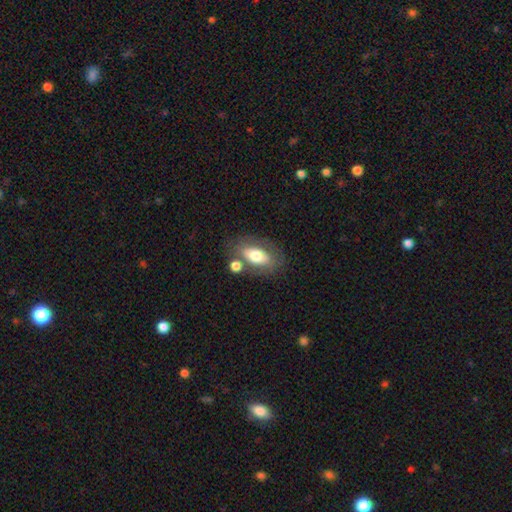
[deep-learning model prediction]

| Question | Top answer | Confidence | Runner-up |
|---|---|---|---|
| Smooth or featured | smooth | 63% | featured or disk (29%) |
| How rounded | in between | 87% | round (7%) |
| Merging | none | 60% | merger (19%) |